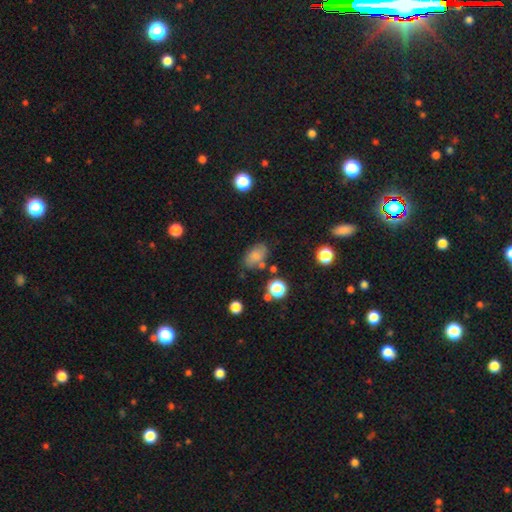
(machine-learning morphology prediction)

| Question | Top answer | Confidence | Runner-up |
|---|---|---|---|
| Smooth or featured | smooth | 73% | featured or disk (14%) |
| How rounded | in between | 85% | round (13%) |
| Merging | none | 69% | minor disturbance (19%) |